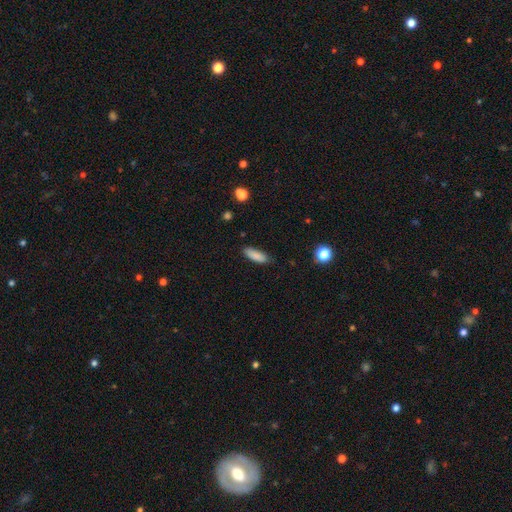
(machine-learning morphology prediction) A smooth galaxy with no disk features (87%) that is in between round and cigar-shaped (58%). Merging: none (82%).